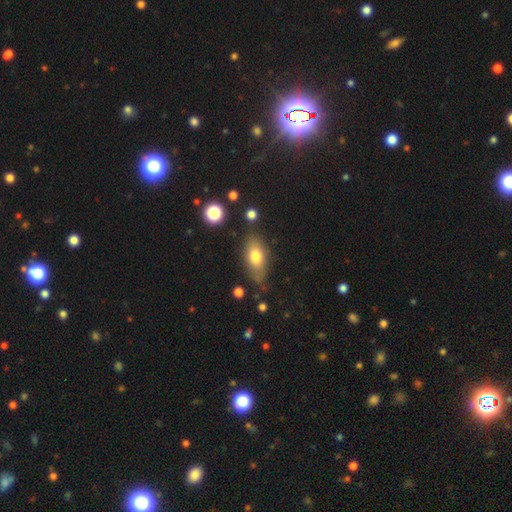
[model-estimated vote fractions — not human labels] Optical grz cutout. It shows a smooth galaxy with no disk features (73%) that is in between round and cigar-shaped (83%). Merging: none (72%).